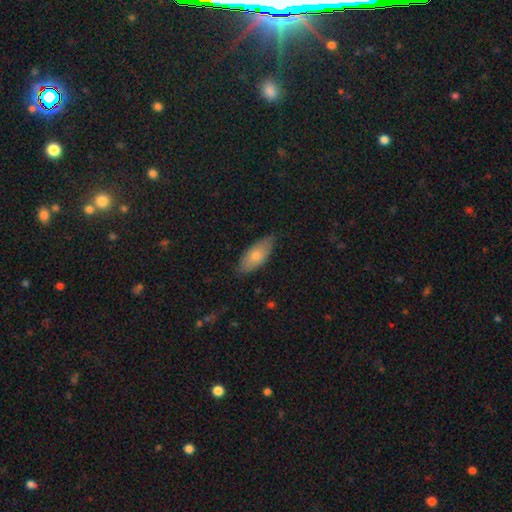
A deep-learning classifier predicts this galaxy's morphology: A smooth galaxy with no disk features (71%) that is in between round and cigar-shaped (82%). Merging: none (80%).